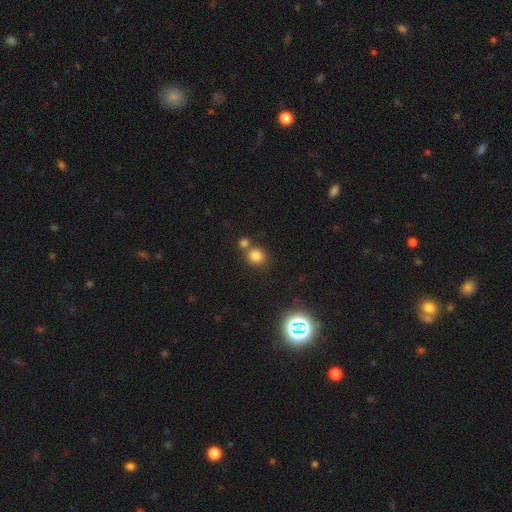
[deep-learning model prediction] Smooth or featured? Predicted: smooth (p=0.79). How rounded? Predicted: round (p=0.87). Merging? Predicted: none (p=0.60).